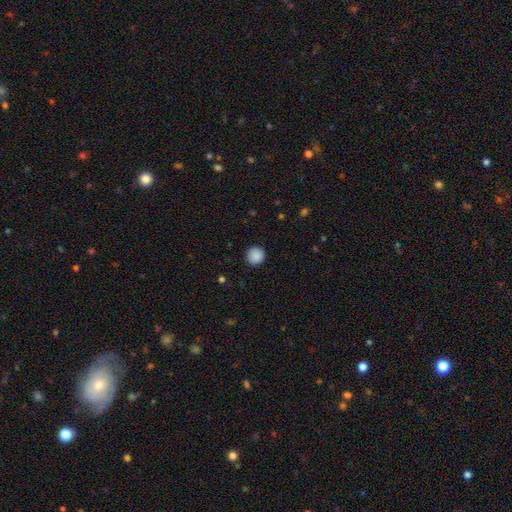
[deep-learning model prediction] Q: Smooth or featured?
A: smooth (88%); runner-up: star or artifact (9%)
Q: How rounded?
A: round (93%); runner-up: in between (6%)
Q: Merging?
A: none (91%); runner-up: minor disturbance (6%)